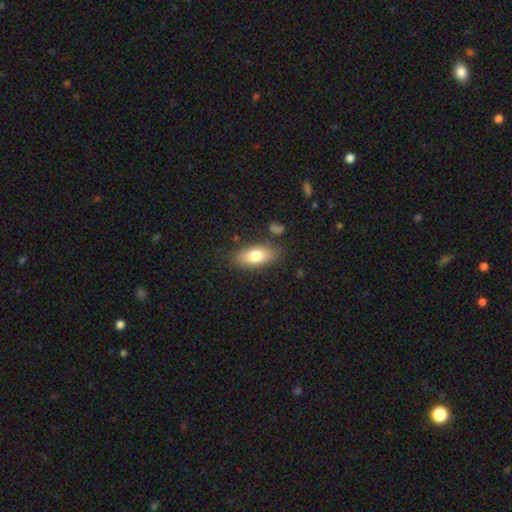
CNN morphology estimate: Smooth or featured?
  - smooth: 77% *
  - featured or disk: 17%
  - star or artifact: 7%
How rounded?
  - in between: 85% *
  - cigar-shaped: 11%
  - round: 4%
Merging?
  - none: 80% *
  - minor disturbance: 13%
  - major disturbance: 4%
  - merger: 3%